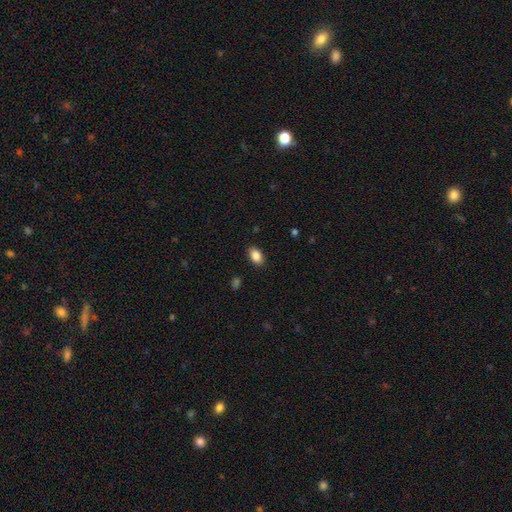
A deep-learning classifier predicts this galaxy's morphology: smooth-or-featured: smooth: 87% | star or artifact: 8% | featured or disk: 5%
  how-rounded: in between: 89% | round: 9% | cigar-shaped: 2%
  merging: none: 87% | minor disturbance: 9% | major disturbance: 2% | merger: 1%